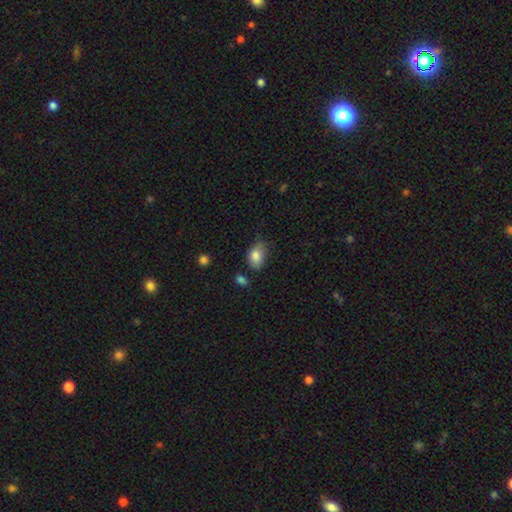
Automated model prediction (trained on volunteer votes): Morphology: type=smooth (82%); roundness=in between (82%); merging=none (54%).